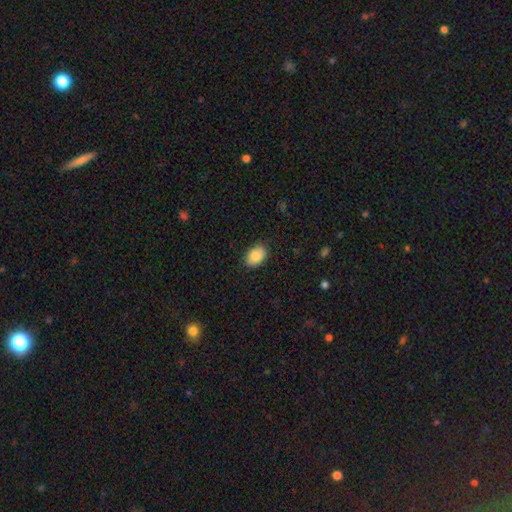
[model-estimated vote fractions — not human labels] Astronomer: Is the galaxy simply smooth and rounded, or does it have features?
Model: smooth — 86%.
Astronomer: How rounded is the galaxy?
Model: in between — 83%.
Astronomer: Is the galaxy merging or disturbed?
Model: none — 86%.